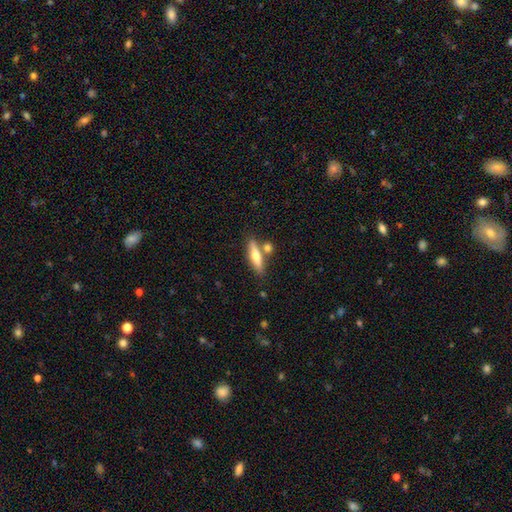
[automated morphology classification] Smooth or featured?
  - smooth: 61% *
  - featured or disk: 33%
  - star or artifact: 6%
How rounded?
  - cigar-shaped: 67% *
  - in between: 30%
  - round: 3%
Merging?
  - none: 69% *
  - merger: 16%
  - minor disturbance: 11%
  - major disturbance: 3%